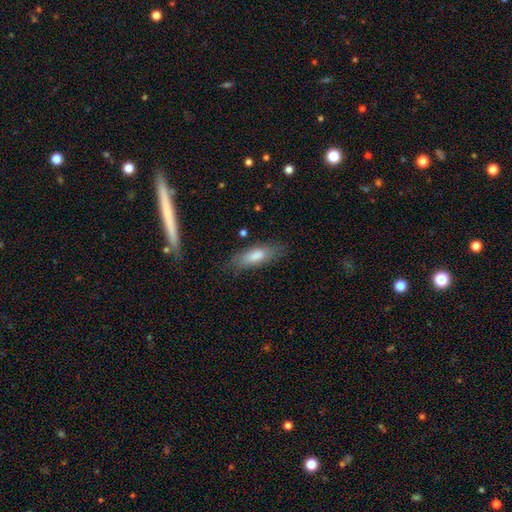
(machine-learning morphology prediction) This is likely a smooth galaxy (74%). How rounded: possibly in between (52%). Merging: likely none (77%).